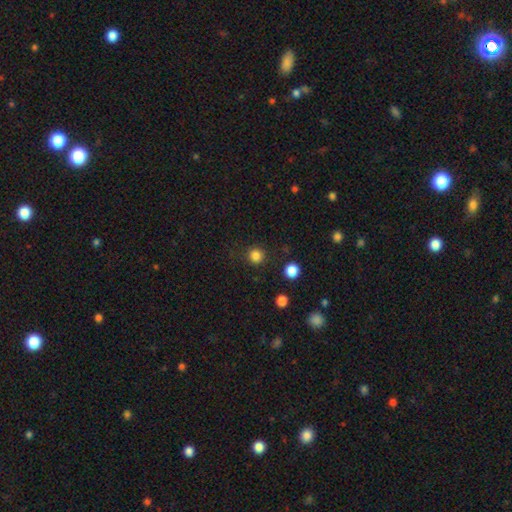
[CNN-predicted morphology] The model was most divided on "smooth or featured": smooth: 82%, star or artifact: 14%, featured or disk: 3%. More confident: how rounded — round (95%); merging — none (90%).